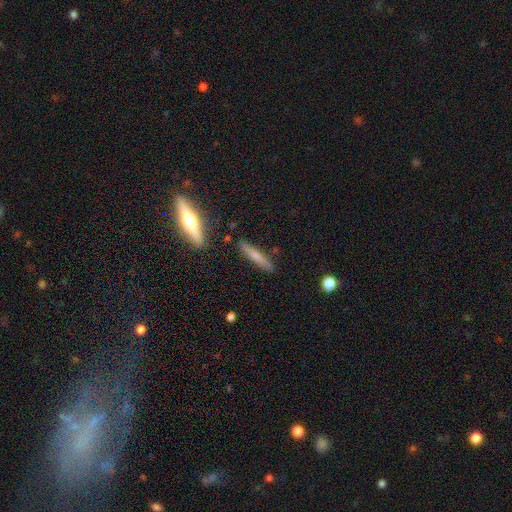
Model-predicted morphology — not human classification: type=smooth (57%); roundness=cigar-shaped (90%); merging=none (85%).